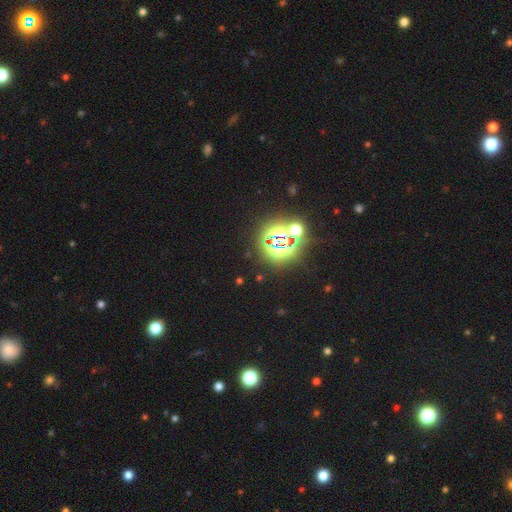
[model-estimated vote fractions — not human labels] The model was most divided on "smooth or featured": star or artifact: 84%, smooth: 10%, featured or disk: 6%.